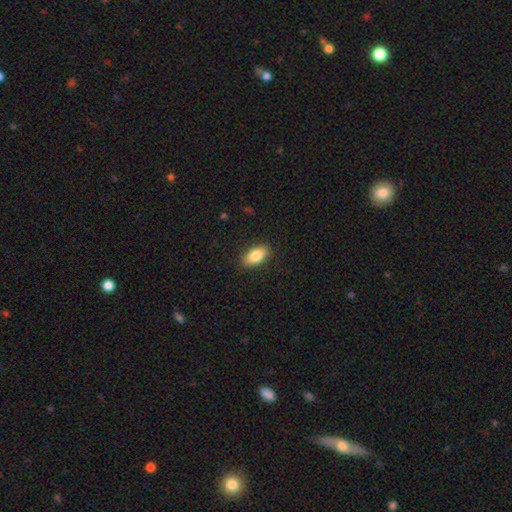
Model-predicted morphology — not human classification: type=smooth (83%); roundness=in between (90%); merging=none (89%).